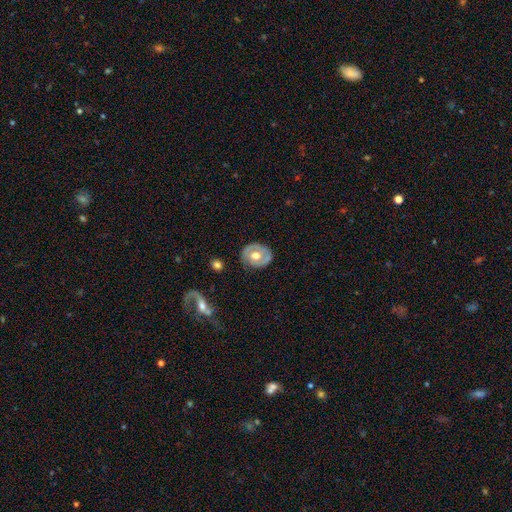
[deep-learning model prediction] This is possibly a featured or disk galaxy (58%). It is clearly not viewed edge-on (94%). Bar: likely no (74%). Spiral arm pattern: likely no (61%). Central bulge: likely moderate (69%). Merging: likely none (79%).